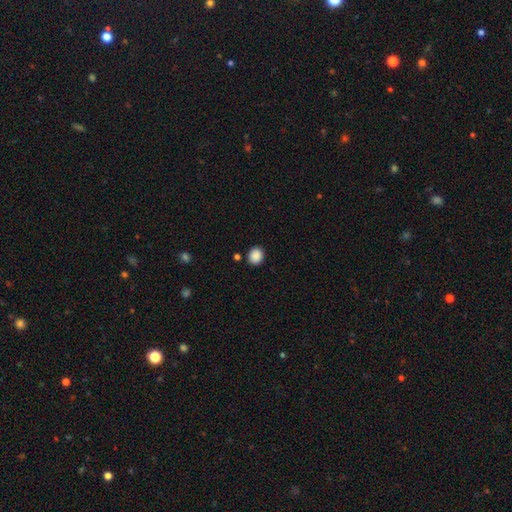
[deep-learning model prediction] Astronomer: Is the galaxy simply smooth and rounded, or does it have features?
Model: smooth — 89%.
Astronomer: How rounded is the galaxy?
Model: round — 68%.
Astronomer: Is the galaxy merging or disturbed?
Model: none — 88%.